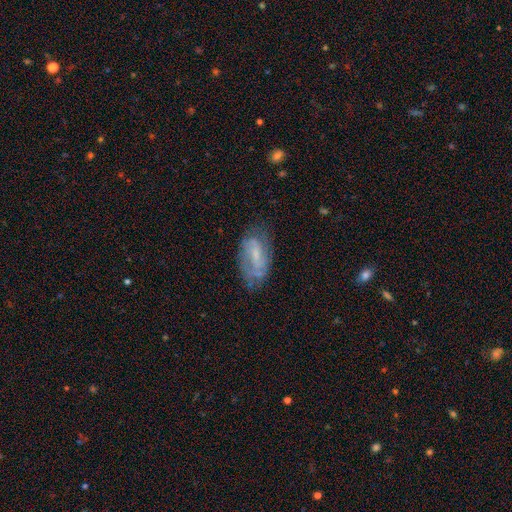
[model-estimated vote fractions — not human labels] Smooth or featured? Predicted: featured or disk (p=0.62). Edge-on disk? Predicted: no (p=0.93). Bar? Predicted: weak (p=0.49). Spiral arms? Predicted: yes (p=0.76). Bulge size? Predicted: small (p=0.53). Merging? Predicted: none (p=0.60).